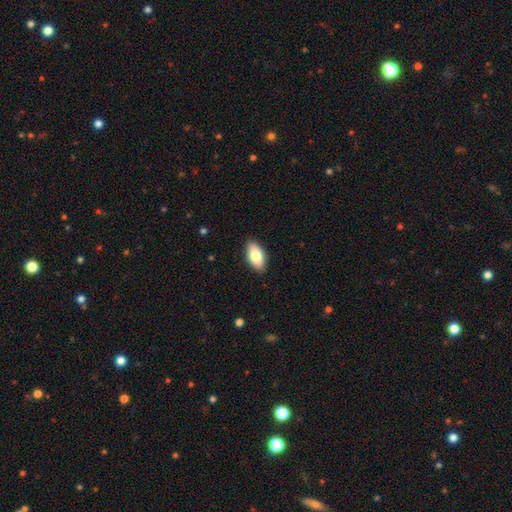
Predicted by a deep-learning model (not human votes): This appears to be a smooth galaxy with no disk features (79%) that is in between round and cigar-shaped (92%). Merging: none (89%).